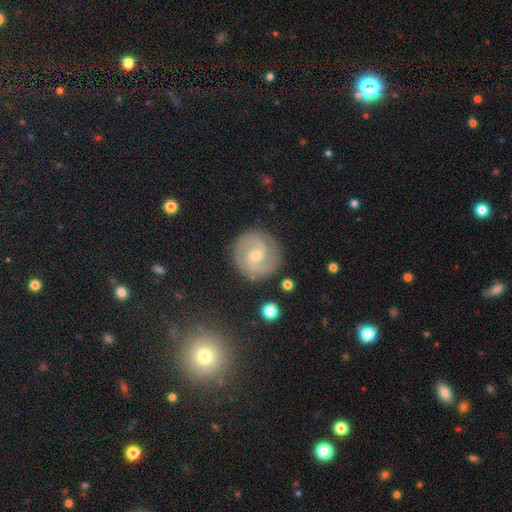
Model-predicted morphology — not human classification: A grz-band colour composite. It shows a featured or disk galaxy (83%) with a weak bar (47%), 2 (87%) tight (50%) spiral arms (96%) and a small central bulge (55%). Merging: none (87%).